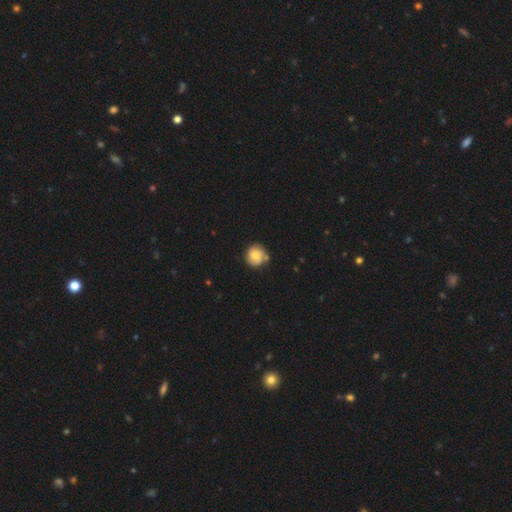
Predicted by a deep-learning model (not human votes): Morphology: type=smooth (62%); roundness=round (89%); merging=none (70%).